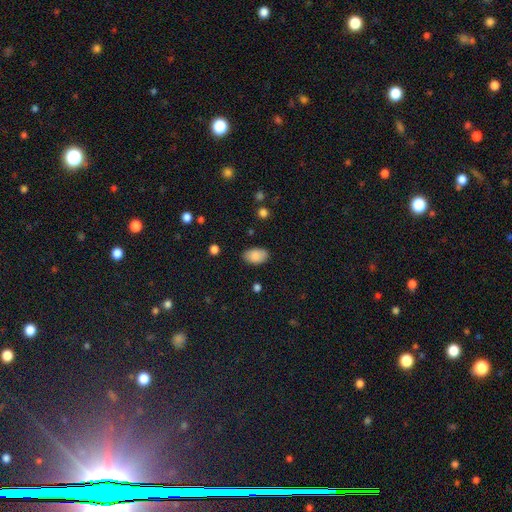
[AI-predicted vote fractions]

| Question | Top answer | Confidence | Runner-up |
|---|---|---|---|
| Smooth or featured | smooth | 88% | star or artifact (7%) |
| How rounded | in between | 92% | round (6%) |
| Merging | none | 83% | minor disturbance (13%) |